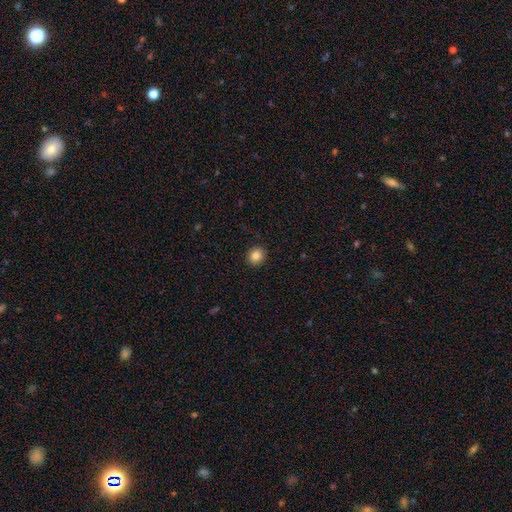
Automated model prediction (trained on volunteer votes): This appears to be a smooth galaxy with no disk features (85%) that is round (75%). Merging: none (91%).